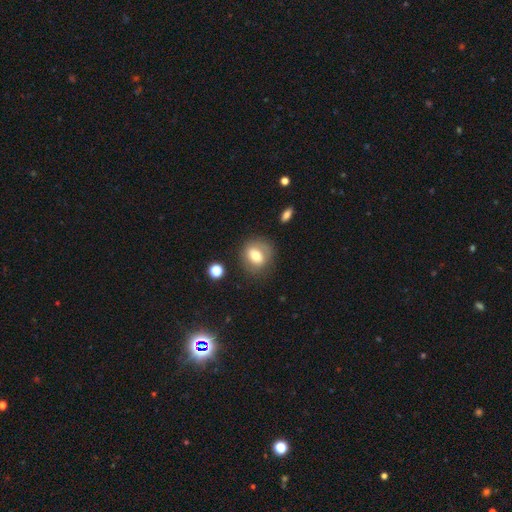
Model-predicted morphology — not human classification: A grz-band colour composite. It shows a smooth galaxy with no disk features (70%) that is round (59%). Merging: none (75%).